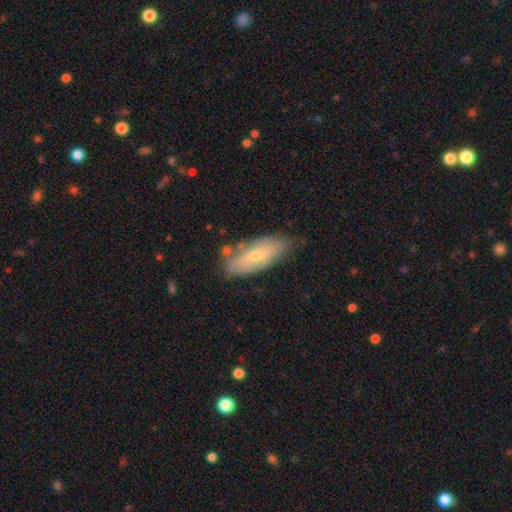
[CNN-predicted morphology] Overall: smooth (56%; featured or disk 37%). How rounded: in between (78%). Merging: none (67%).